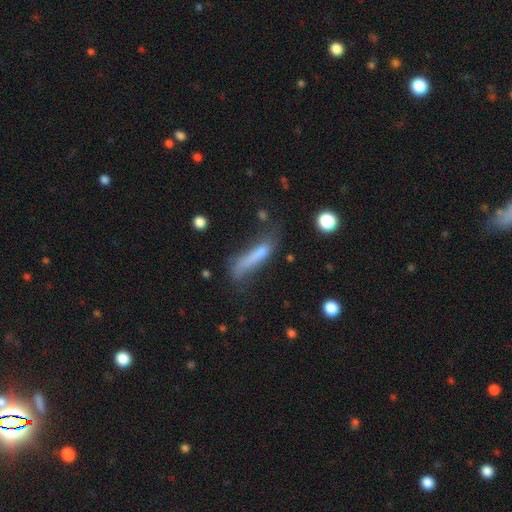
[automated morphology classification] smooth_or_featured: smooth (p=0.64) [alt: featured or disk p=0.26]
how_rounded: cigar-shaped (p=0.82) [alt: in between p=0.15]
merging: none (p=0.40) [alt: minor disturbance p=0.28]